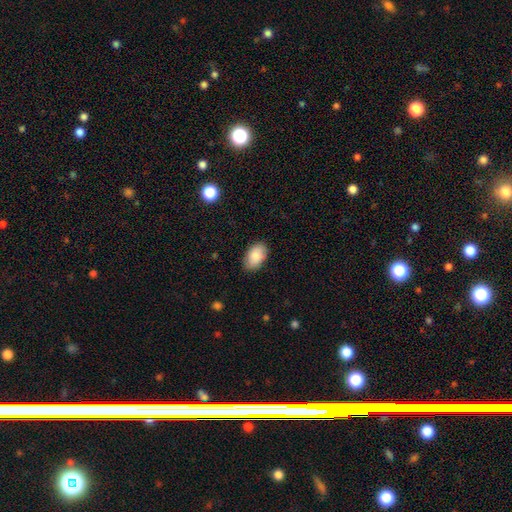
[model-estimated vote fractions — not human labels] A smooth galaxy with no disk features (88%) that is in between round and cigar-shaped (93%). Merging: none (86%).